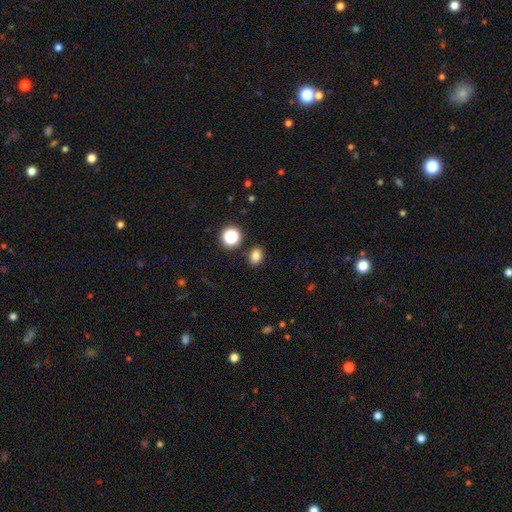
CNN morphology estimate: type=smooth (80%); roundness=in between (57%); merging=none (86%).